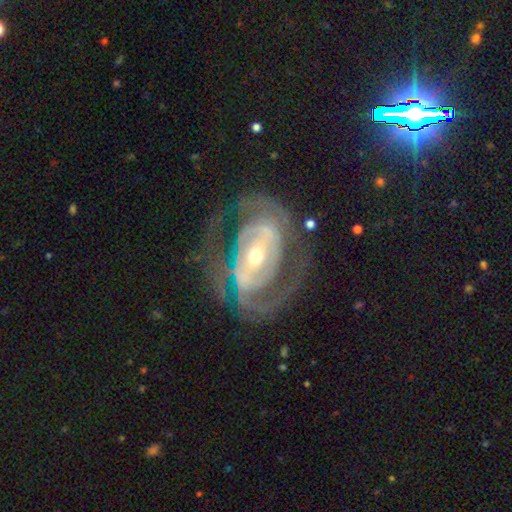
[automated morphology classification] This is clearly a featured or disk galaxy (88%). It is clearly not viewed edge-on (96%). Bar: marginally strong (41%). Spiral arm pattern: clearly yes (91%). Spiral arm count: likely 2 (62%). Spiral winding: possibly tight (48%). Central bulge: possibly moderate (47%, tied with small). Merging: likely none (64%).